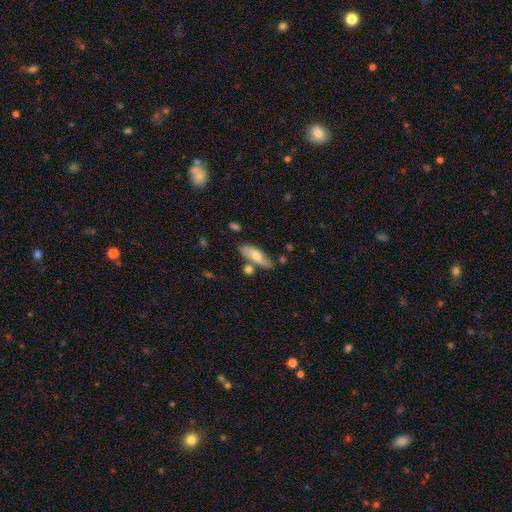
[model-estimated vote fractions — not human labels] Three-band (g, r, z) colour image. It shows a smooth galaxy with no disk features (52%) that is in between round and cigar-shaped (64%). Merging: none (68%).